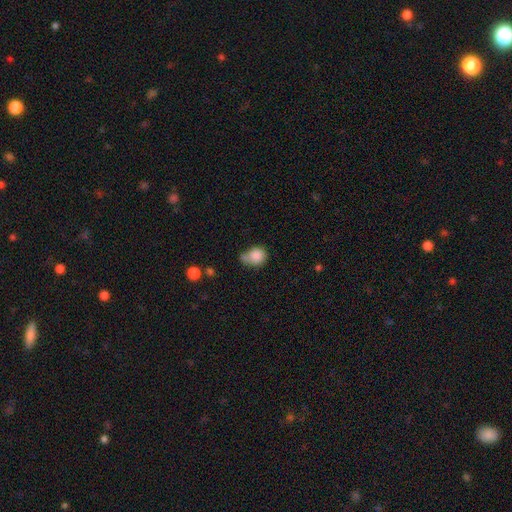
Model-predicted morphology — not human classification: A smooth galaxy with no disk features (85%) that is round (77%). Merging: none (42%).